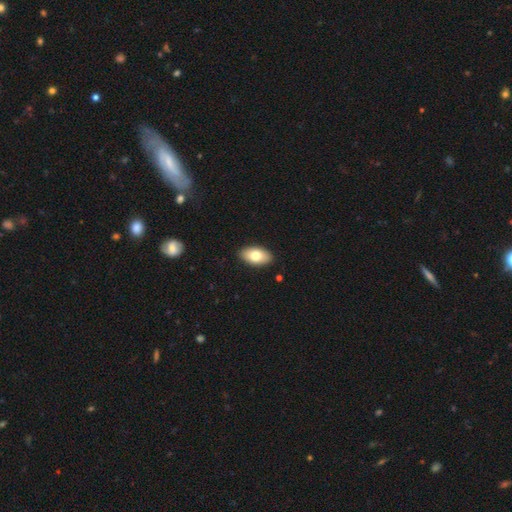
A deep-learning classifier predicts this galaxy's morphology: smooth 75%, featured or disk 18%, star or artifact 7%. Down the decision tree: how rounded — in between (94%); merging — none (89%).